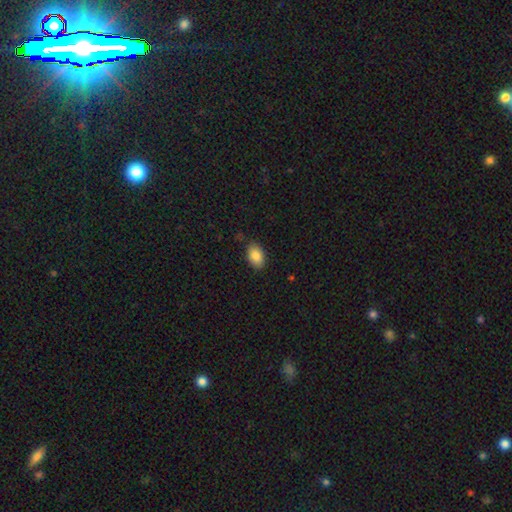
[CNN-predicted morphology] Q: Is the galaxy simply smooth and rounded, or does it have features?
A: smooth — 86%.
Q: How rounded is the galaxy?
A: in between — 90%.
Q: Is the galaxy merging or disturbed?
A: none — 84%.